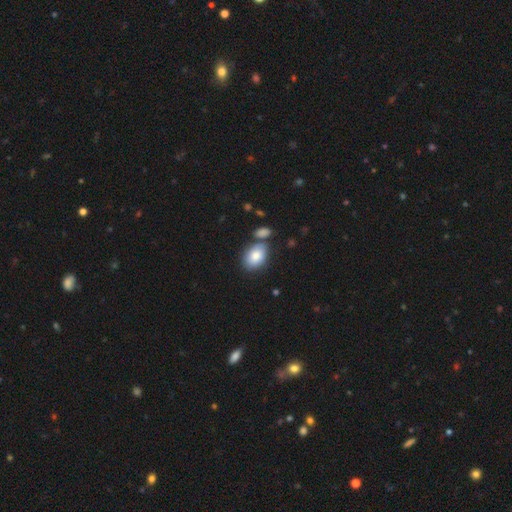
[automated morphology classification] type=smooth (82%); roundness=in between (80%); merging=none (63%).